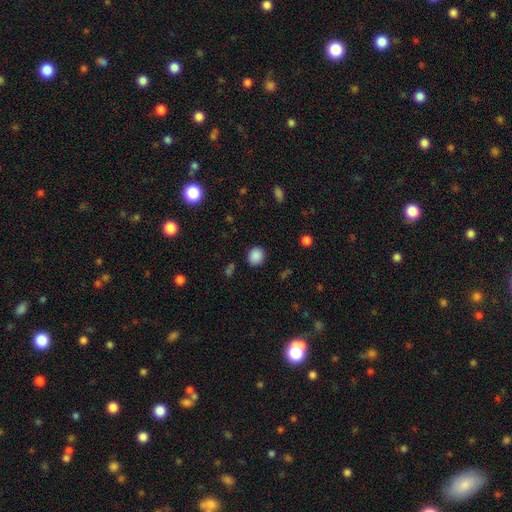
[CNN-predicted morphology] Smooth or featured? smooth (87%)
How rounded? round (79%)
Merging? none (88%)